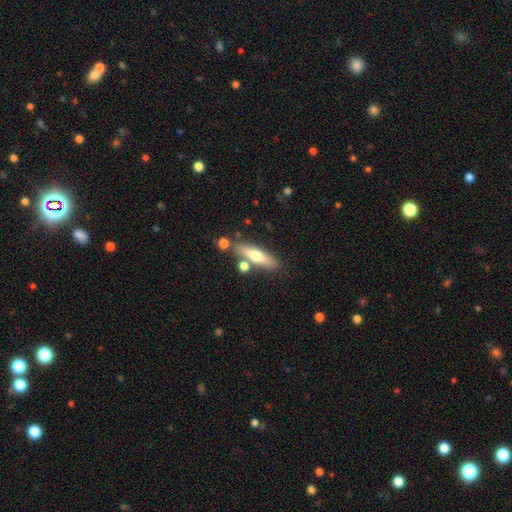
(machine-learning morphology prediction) Smooth or featured?
  - smooth: 57% *
  - featured or disk: 36%
  - star or artifact: 7%
How rounded?
  - cigar-shaped: 64% *
  - in between: 33%
  - round: 3%
Merging?
  - none: 75% *
  - minor disturbance: 12%
  - merger: 10%
  - major disturbance: 3%